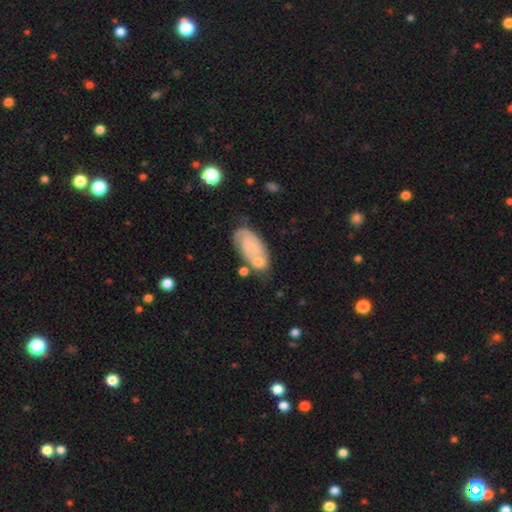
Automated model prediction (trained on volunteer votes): smooth-or-featured: featured or disk: 58% | smooth: 33% | star or artifact: 9%
  disk-edge-on: no: 94% | yes: 6%
    bar: no: 72% | weak: 24% | strong: 5%
    has-spiral-arms: yes: 84% | no: 16%
    bulge-size: small: 62% | none: 20% | moderate: 15% | large: 2% | dominant: 1%
  merging: none: 56% | minor disturbance: 20% | merger: 16% | major disturbance: 8%